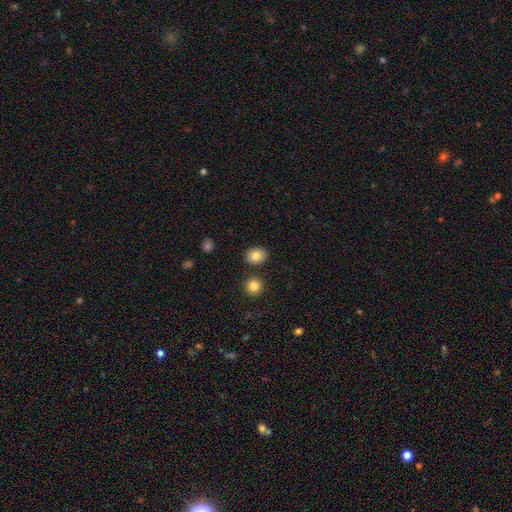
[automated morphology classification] This is clearly a smooth galaxy (83%). How rounded: possibly round (52%). Merging: clearly none (85%).